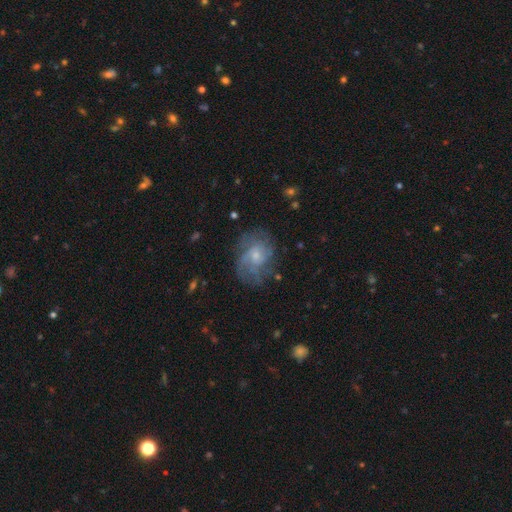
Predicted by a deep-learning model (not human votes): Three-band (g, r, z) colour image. It shows a featured or disk galaxy (64%) with no bar (76%), spiral arms (78%) and a small central bulge (63%). Merging: none (57%).